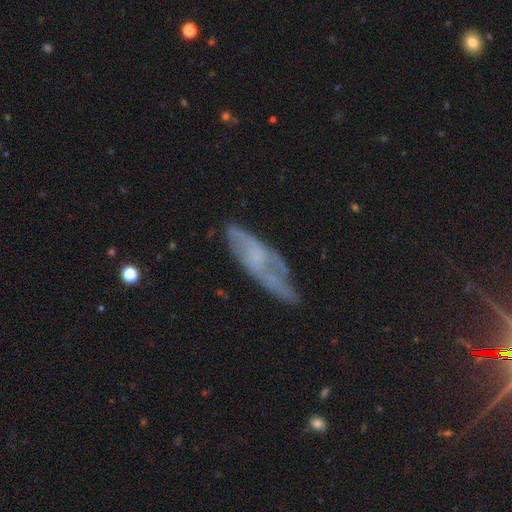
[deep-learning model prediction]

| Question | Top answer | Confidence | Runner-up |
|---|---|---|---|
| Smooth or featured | featured or disk | 53% | smooth (37%) |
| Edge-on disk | no | 70% | yes (30%) |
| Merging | none | 52% | minor disturbance (28%) |